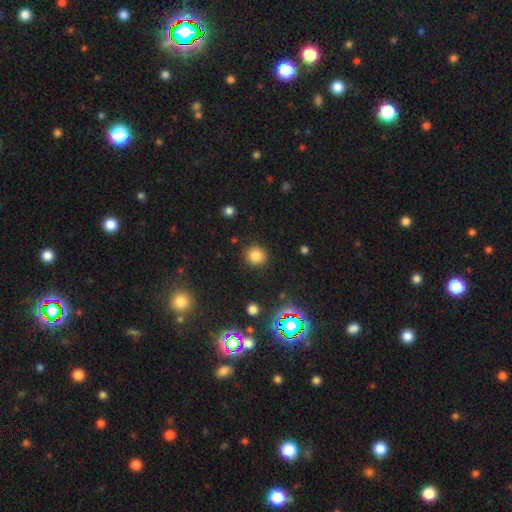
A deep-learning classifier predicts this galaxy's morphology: A smooth galaxy with no disk features (80%) that is round (88%).

Vote fractions:
- Smooth or featured? smooth: 80% / star or artifact: 15% / featured or disk: 5%
- How rounded? round: 88% / in between: 11% / cigar-shaped: 1%
- Merging? none: 88% / minor disturbance: 7% / major disturbance: 3% / merger: 2%